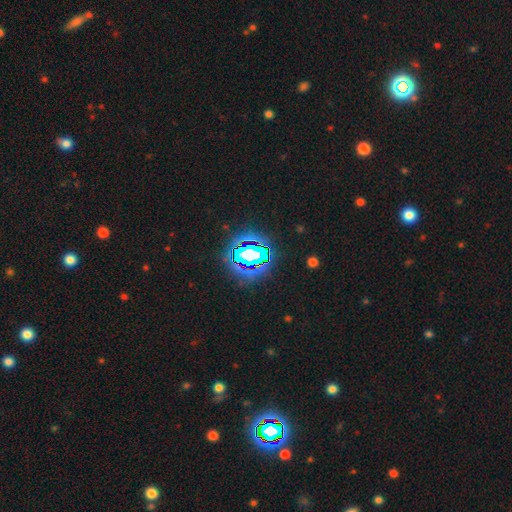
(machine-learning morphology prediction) A star or artifact, not a galaxy (78%).

Vote fractions:
- Smooth or featured? star or artifact: 78% / smooth: 13% / featured or disk: 9%